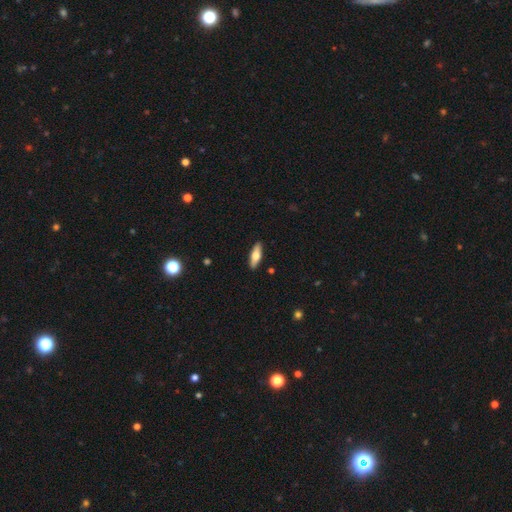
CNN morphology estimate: smooth-or-featured: smooth: 60% | featured or disk: 34% | star or artifact: 6%
  how-rounded: in between: 54% | cigar-shaped: 44% | round: 2%
  merging: none: 90% | minor disturbance: 7% | major disturbance: 2% | merger: 1%